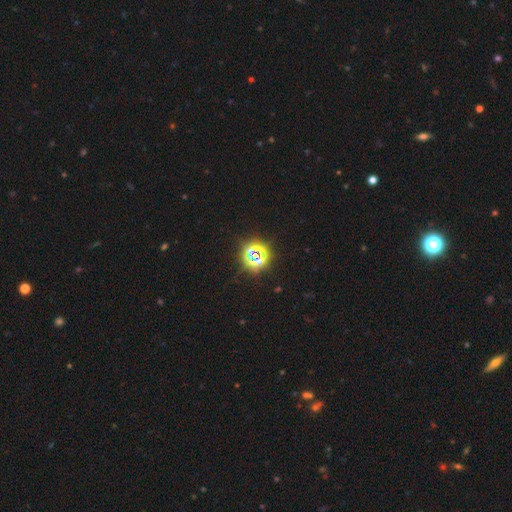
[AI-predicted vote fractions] The model was most divided on "smooth or featured": star or artifact: 68%, smooth: 21%, featured or disk: 11%.